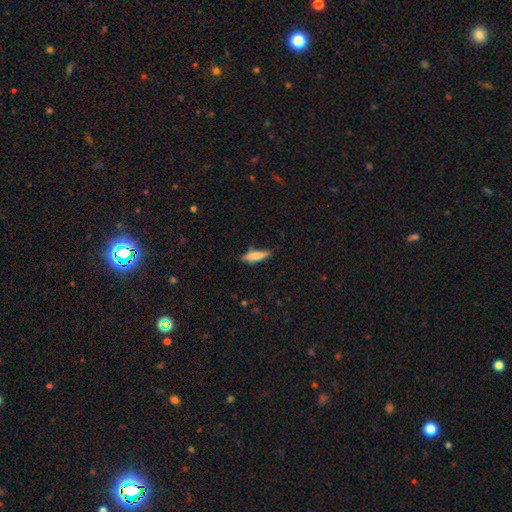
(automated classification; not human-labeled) The model was most divided on "merging": none: 66%, minor disturbance: 25%, major disturbance: 6%, merger: 3%. More confident: smooth or featured — smooth (75%); how rounded — cigar-shaped (71%).